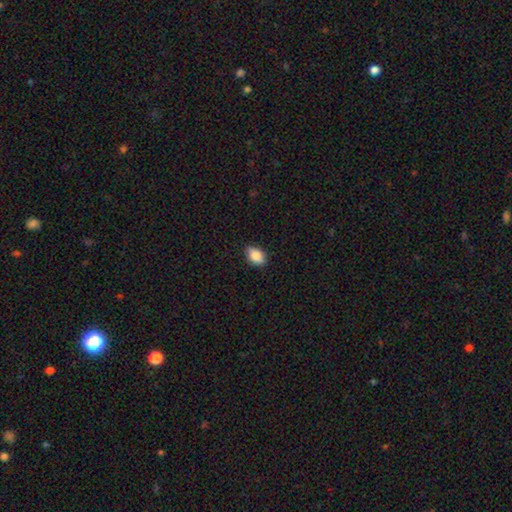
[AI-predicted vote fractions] smooth-or-featured: smooth: 84% | featured or disk: 8% | star or artifact: 8%
  how-rounded: in between: 85% | round: 12% | cigar-shaped: 3%
  merging: none: 86% | minor disturbance: 11% | major disturbance: 2% | merger: 1%